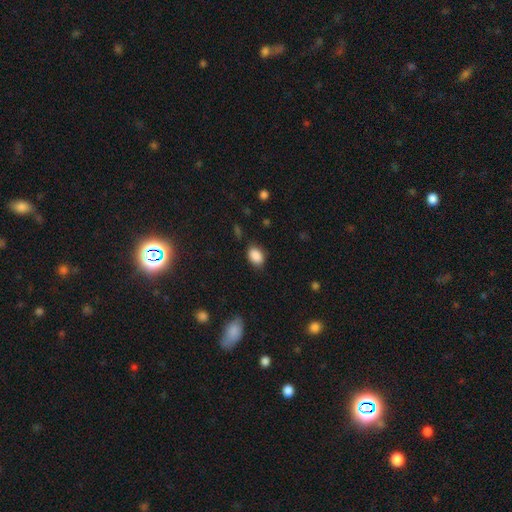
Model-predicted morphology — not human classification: Smooth or featured?
  - smooth: 88% *
  - star or artifact: 8%
  - featured or disk: 4%
How rounded?
  - in between: 81% *
  - round: 18%
  - cigar-shaped: 1%
Merging?
  - none: 80% *
  - minor disturbance: 15%
  - major disturbance: 4%
  - merger: 1%